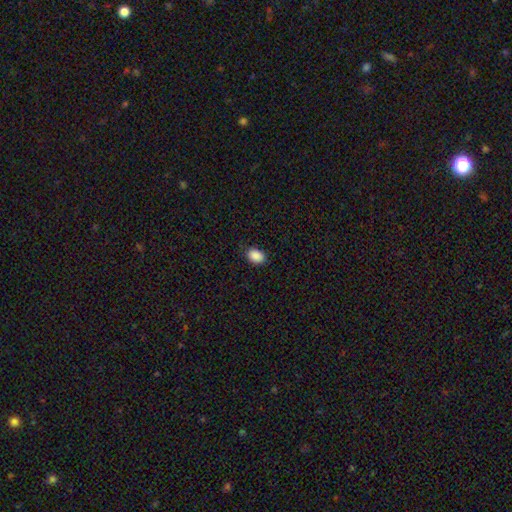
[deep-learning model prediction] Q: Smooth or featured?
A: smooth (89%); runner-up: star or artifact (8%)
Q: How rounded?
A: in between (79%); runner-up: round (20%)
Q: Merging?
A: none (87%); runner-up: minor disturbance (10%)